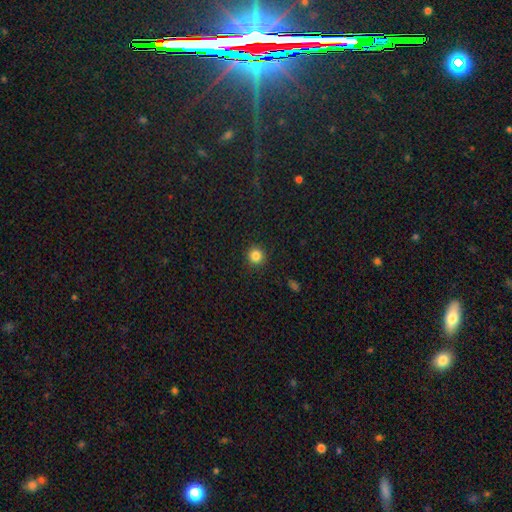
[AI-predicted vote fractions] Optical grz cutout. It shows a smooth galaxy with no disk features (84%) that is round (94%). Merging: none (92%).